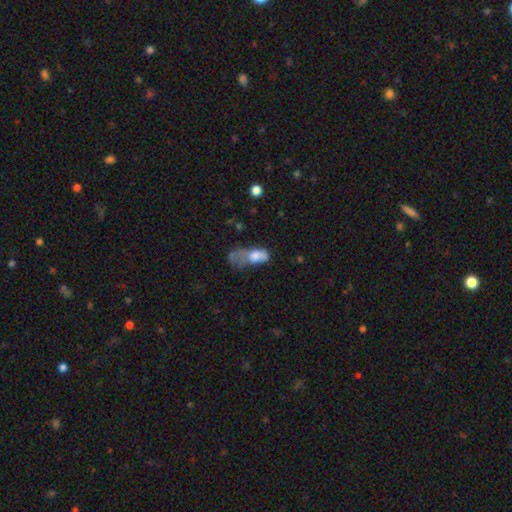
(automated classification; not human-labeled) smooth 62%, featured or disk 27%, star or artifact 11%. Down the decision tree: how rounded — in between (81%); merging — major disturbance (56%).